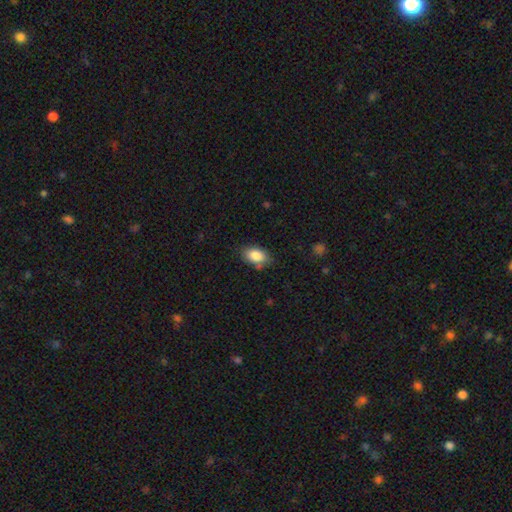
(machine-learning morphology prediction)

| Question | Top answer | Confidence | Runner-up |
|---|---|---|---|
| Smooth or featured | smooth | 85% | star or artifact (8%) |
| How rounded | in between | 88% | round (11%) |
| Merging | none | 77% | minor disturbance (16%) |